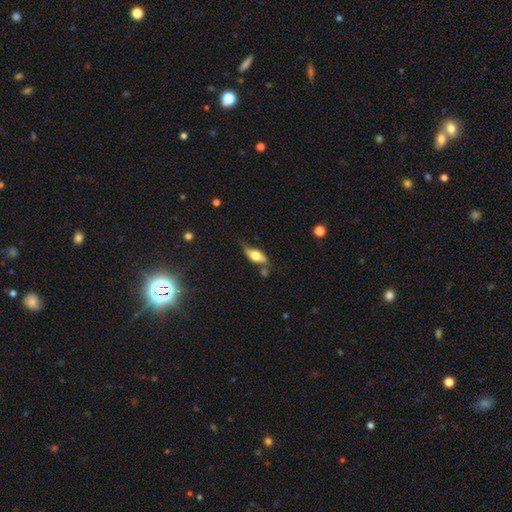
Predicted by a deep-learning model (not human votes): smooth_or_featured: featured or disk (p=0.48) [alt: smooth p=0.45]
merging: none (p=0.54) [alt: minor disturbance p=0.27]